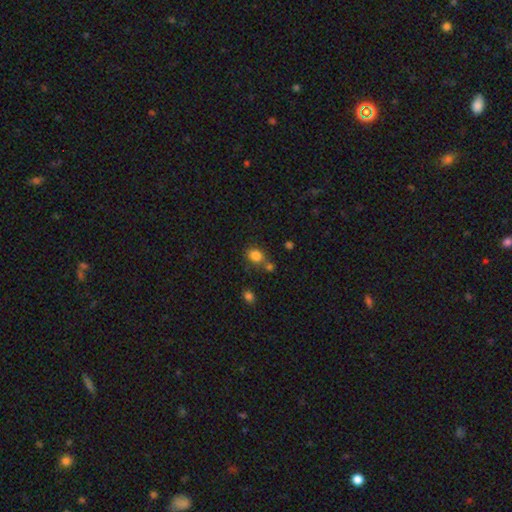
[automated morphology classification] Q: Smooth or featured?
A: smooth (83%); runner-up: star or artifact (12%)
Q: How rounded?
A: in between (51%); runner-up: round (48%)
Q: Merging?
A: none (60%); runner-up: merger (20%)